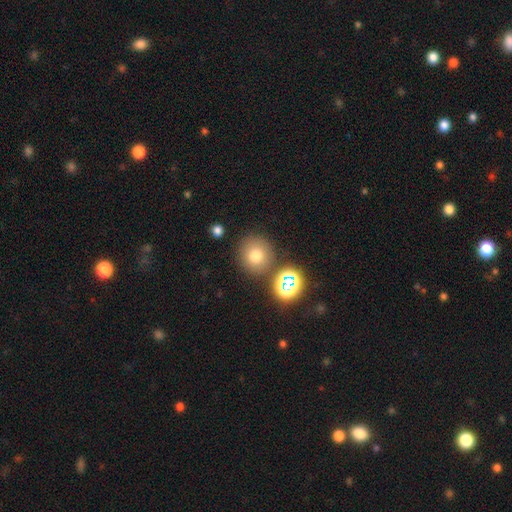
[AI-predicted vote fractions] Overall: smooth (73%). How rounded: round (92%). Merging: none (81%).